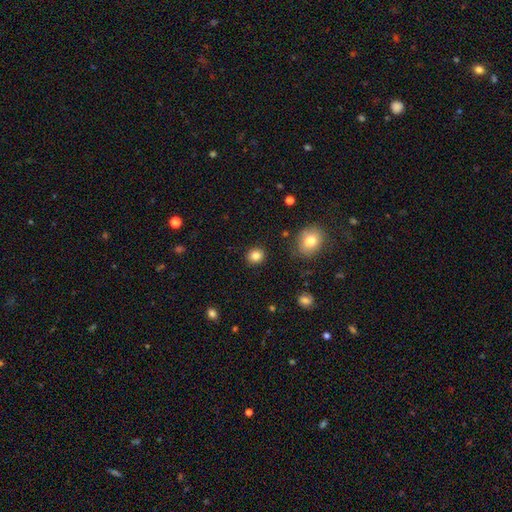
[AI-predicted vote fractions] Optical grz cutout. It shows a smooth galaxy with no disk features (84%) that is round (82%). Merging: none (90%).